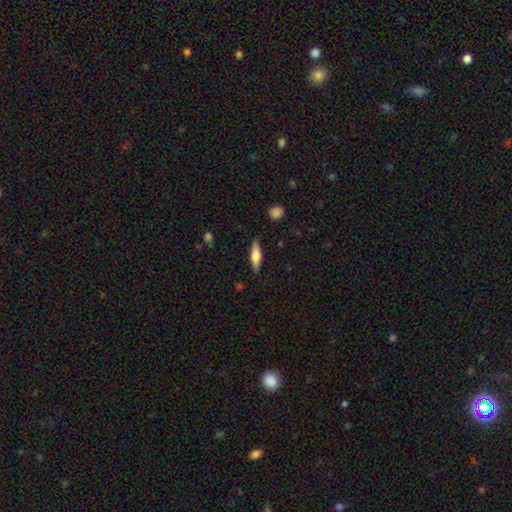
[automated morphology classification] smooth-or-featured: smooth: 58% | featured or disk: 36% | star or artifact: 6%
  how-rounded: cigar-shaped: 55% | in between: 43% | round: 2%
  merging: none: 87% | minor disturbance: 10% | major disturbance: 2% | merger: 1%